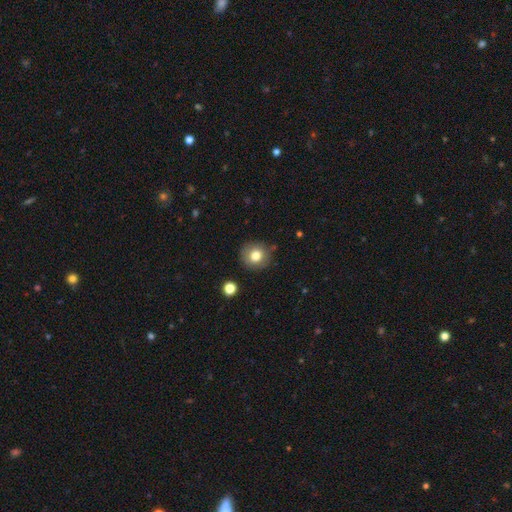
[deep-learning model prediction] This is likely a smooth galaxy (79%). How rounded: clearly round (91%). Merging: clearly none (87%).